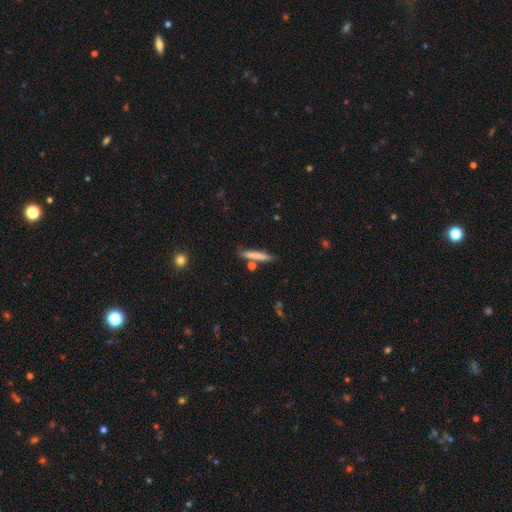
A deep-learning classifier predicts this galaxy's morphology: smooth 76%, featured or disk 18%, star or artifact 7%. Down the decision tree: how rounded — cigar-shaped (92%); merging — none (80%).